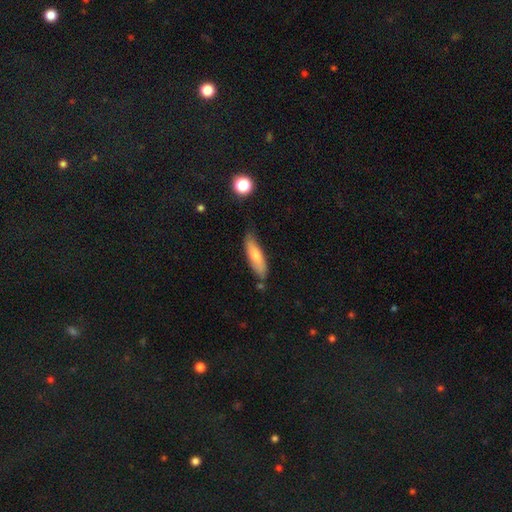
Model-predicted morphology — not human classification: smooth 74%, featured or disk 20%, star or artifact 6%. Down the decision tree: how rounded — cigar-shaped (61%); merging — none (67%).